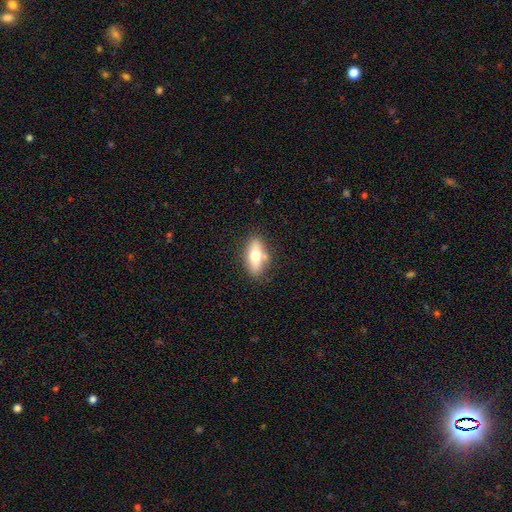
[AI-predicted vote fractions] Smooth or featured: smooth — 63% (featured or disk — 30%)
How rounded: in between — 74% (cigar-shaped — 21%)
Merging: none — 78% (minor disturbance — 14%)